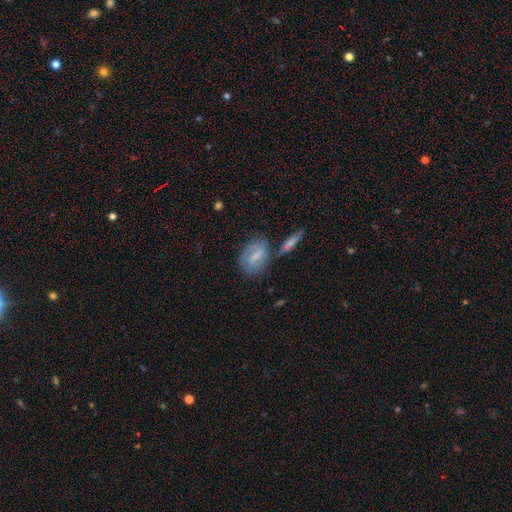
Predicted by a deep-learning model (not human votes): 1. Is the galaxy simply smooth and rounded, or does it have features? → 58% smooth, 34% featured or disk, 8% star or artifact.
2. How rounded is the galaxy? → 73% in between, 20% round, 7% cigar-shaped.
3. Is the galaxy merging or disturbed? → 60% none, 20% minor disturbance, 12% merger, 8% major disturbance.